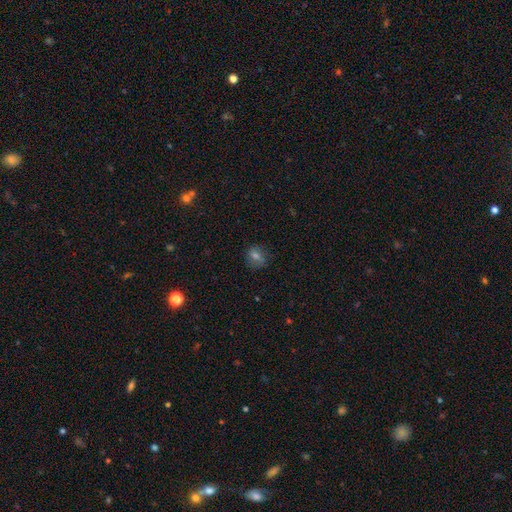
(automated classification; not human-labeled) This is likely a smooth galaxy (62%). How rounded: likely round (64%). Merging: likely none (79%).